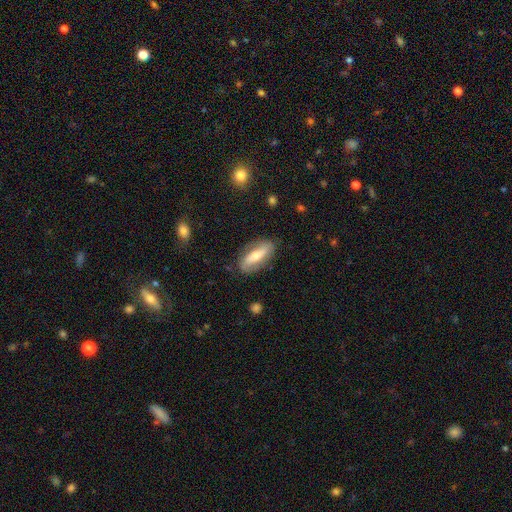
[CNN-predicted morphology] smooth_or_featured: featured or disk (p=0.55) [alt: smooth p=0.38]
disk_edge_on: no (p=0.78) [alt: yes p=0.22]
merging: none (p=0.82) [alt: minor disturbance p=0.13]